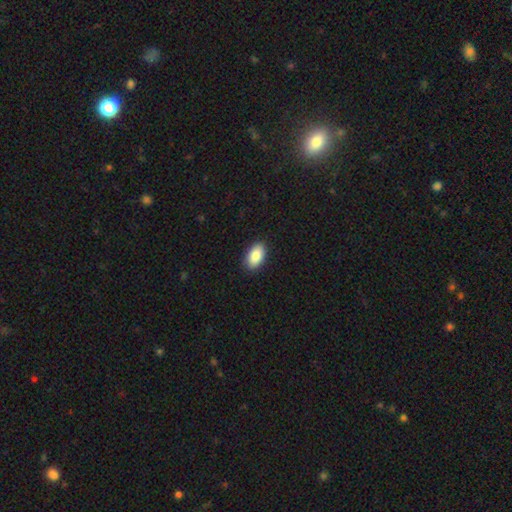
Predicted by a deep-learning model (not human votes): smooth_or_featured: smooth (p=0.87) [alt: star or artifact p=0.07]
how_rounded: in between (p=0.94) [alt: round p=0.04]
merging: none (p=0.90) [alt: minor disturbance p=0.07]